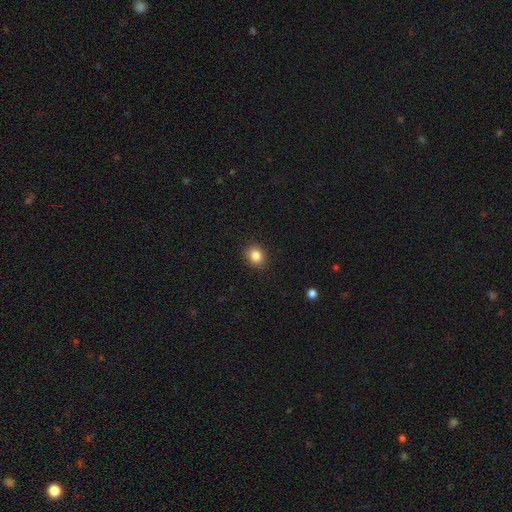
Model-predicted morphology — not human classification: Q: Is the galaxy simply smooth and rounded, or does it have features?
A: smooth — 85%.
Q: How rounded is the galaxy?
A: round — 63%.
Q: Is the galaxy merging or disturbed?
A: none — 89%.